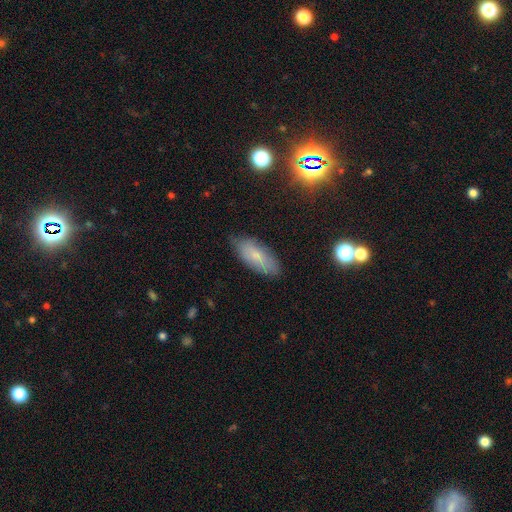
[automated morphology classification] This is likely a smooth galaxy (73%). How rounded: clearly in between (82%). Merging: likely none (80%).